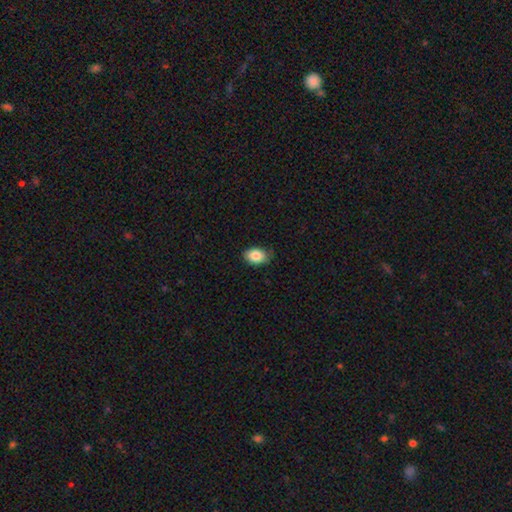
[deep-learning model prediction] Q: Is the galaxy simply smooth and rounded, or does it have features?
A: smooth — 84%.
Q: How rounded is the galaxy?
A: in between — 80%.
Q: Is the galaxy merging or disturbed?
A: none — 78%.